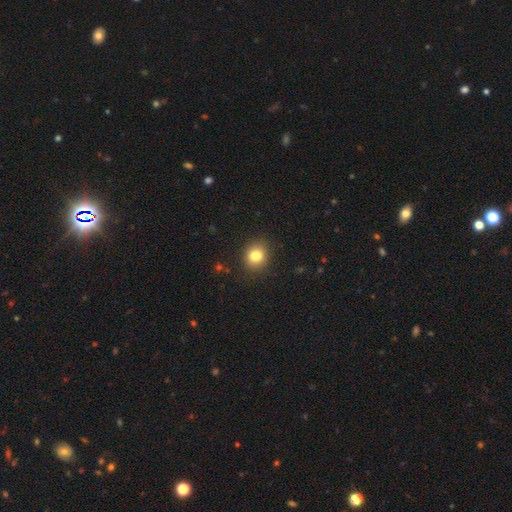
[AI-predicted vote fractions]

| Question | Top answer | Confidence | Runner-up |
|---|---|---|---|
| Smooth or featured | smooth | 81% | star or artifact (11%) |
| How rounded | round | 76% | in between (23%) |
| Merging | none | 88% | minor disturbance (8%) |